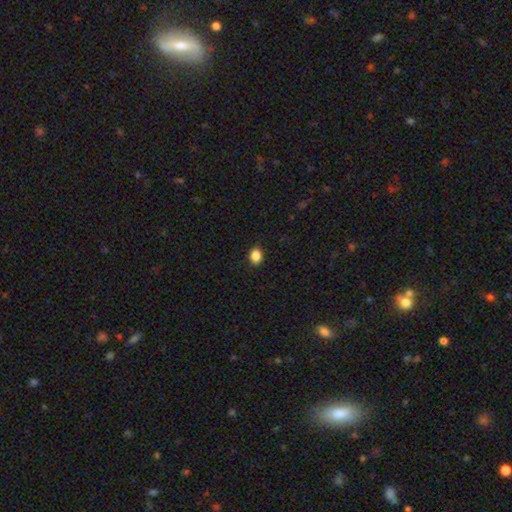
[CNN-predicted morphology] Overall: smooth (86%). How rounded: in between (57%; round 42%). Merging: none (89%).